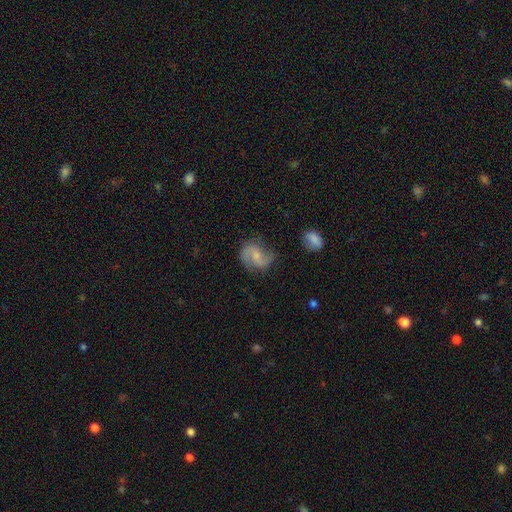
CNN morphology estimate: The model was most divided on "bar" (2-way tie): weak: 44%, no: 44%, strong: 11%; "spiral winding" (2-way tie): loose: 44%, medium: 44%, tight: 12%. More confident: edge-on disk — no (98%); spiral arms — yes (95%); spiral arm count — 2 (90%); smooth or featured — featured or disk (79%); merging — none (73%); bulge size — small (55%).